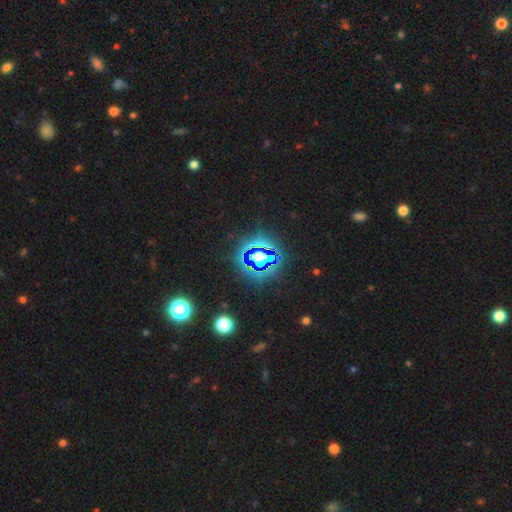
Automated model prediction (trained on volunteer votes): Smooth or featured: star or artifact — 73% (smooth — 16%)